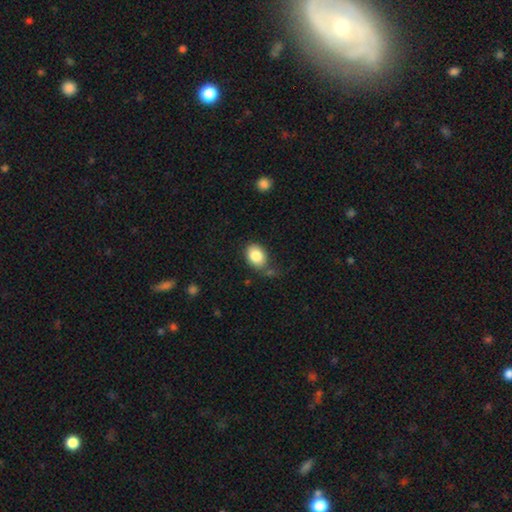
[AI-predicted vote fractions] Morphology: type=smooth (84%); roundness=in between (69%); merging=none (65%).